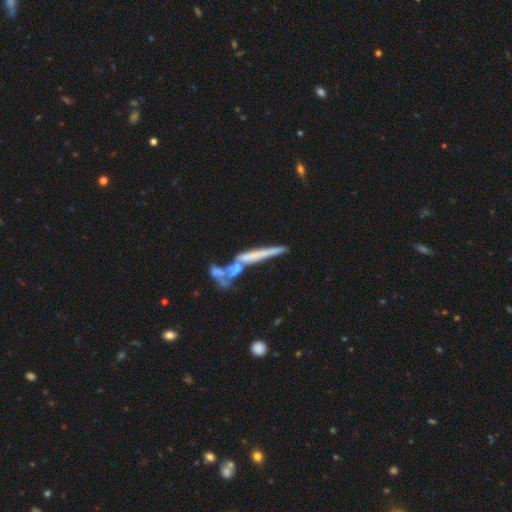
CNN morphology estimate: A featured or disk galaxy (60%) viewed edge-on (76%).

Vote fractions:
- Smooth or featured? featured or disk: 60% / smooth: 30% / star or artifact: 10%
- Edge-on disk? yes: 76% / no: 24%
- Merging? merger: 41% / none: 33% / minor disturbance: 14% / major disturbance: 12%